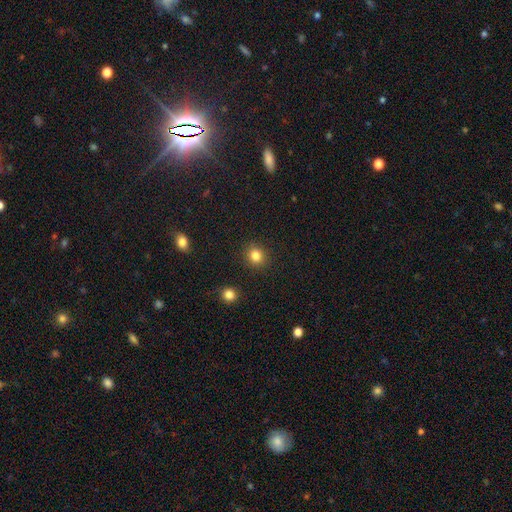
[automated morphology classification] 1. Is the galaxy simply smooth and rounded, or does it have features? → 84% smooth, 12% star or artifact, 5% featured or disk.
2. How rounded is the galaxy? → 82% round, 17% in between, 1% cigar-shaped.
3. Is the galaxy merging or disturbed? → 90% none, 6% minor disturbance, 2% major disturbance, 2% merger.